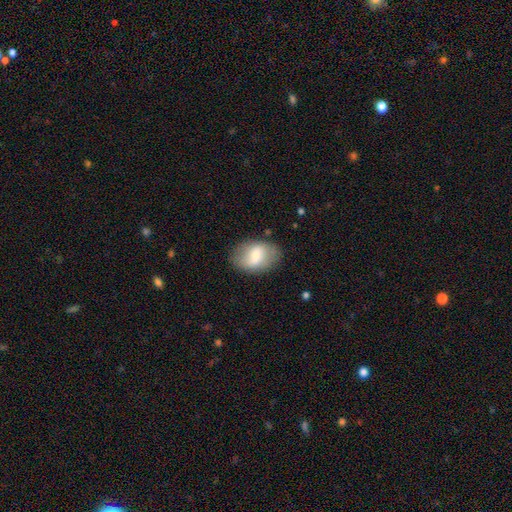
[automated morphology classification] type=smooth (61%); roundness=in between (86%); merging=none (78%).